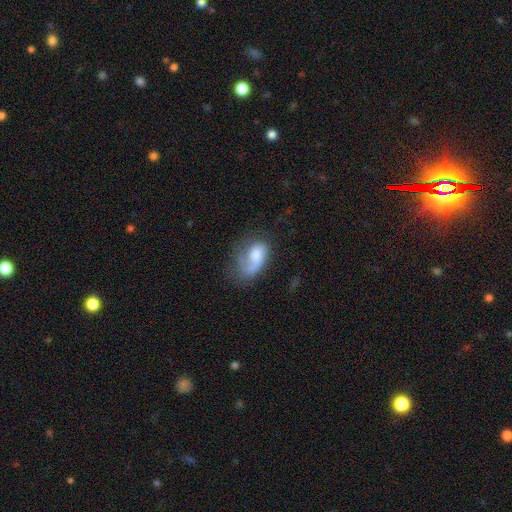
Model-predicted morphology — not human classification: type=smooth (49%); merging=none (37%).